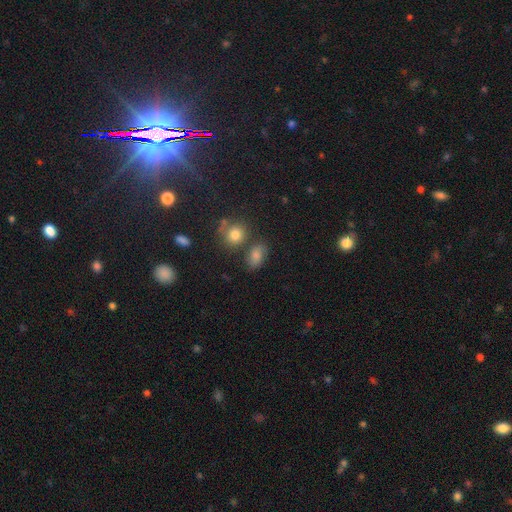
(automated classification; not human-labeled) This is likely a smooth galaxy (74%). How rounded: likely in between (76%). Merging: likely none (66%).